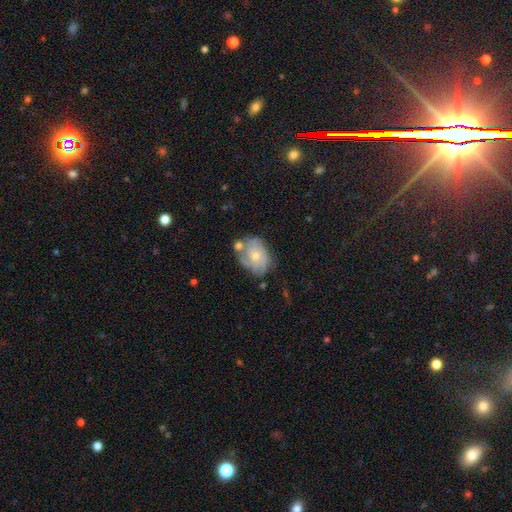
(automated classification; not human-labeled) Morphology: type=featured or disk (66%); edge-on=no (97%); bar=no (80%); spiral arms=yes (81%); winding=tight (58%); arm count=can't tell (42%); bulge=moderate (51%); merging=none (52%).